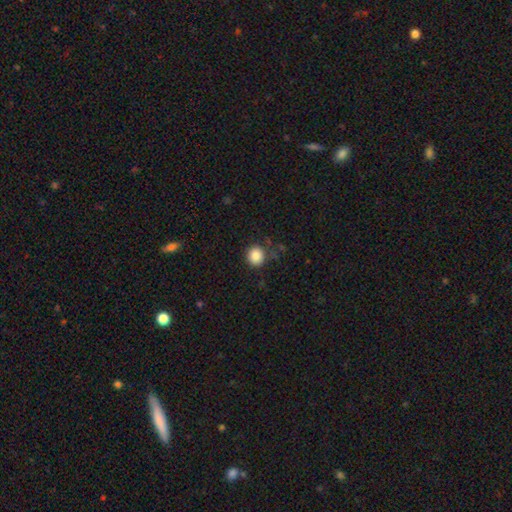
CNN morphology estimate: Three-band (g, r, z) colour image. It shows a smooth galaxy with no disk features (86%) that is round (90%). Merging: none (83%).